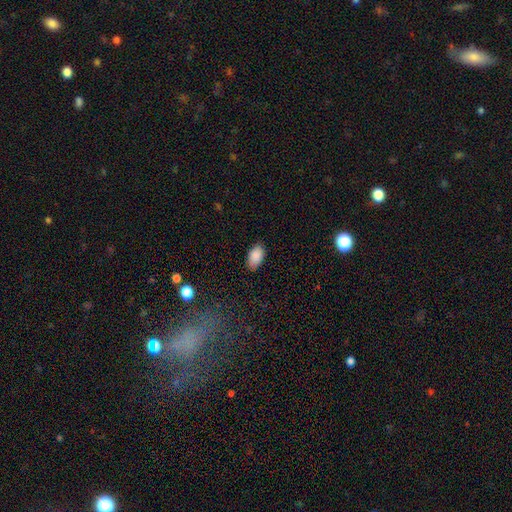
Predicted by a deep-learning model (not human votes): This is clearly a smooth galaxy (89%). How rounded: clearly in between (94%). Merging: clearly none (83%).